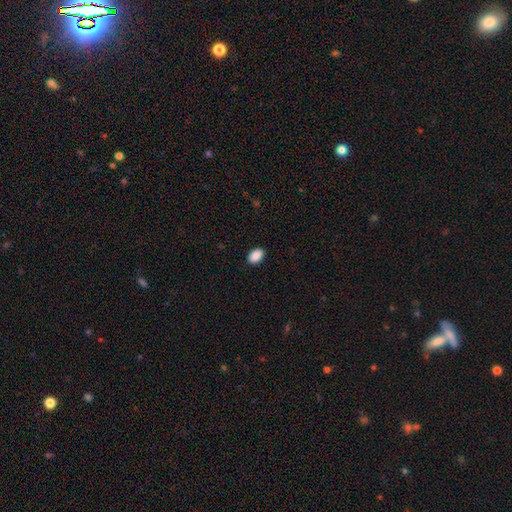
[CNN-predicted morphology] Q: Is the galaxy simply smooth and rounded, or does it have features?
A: smooth — 90%.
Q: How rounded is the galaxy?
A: in between — 87%.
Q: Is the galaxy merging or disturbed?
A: none — 89%.